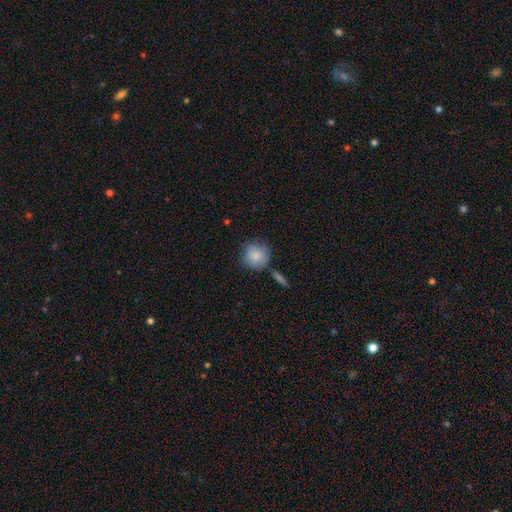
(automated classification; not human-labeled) This is clearly a smooth galaxy (86%). How rounded: clearly round (91%). Merging: likely none (74%).